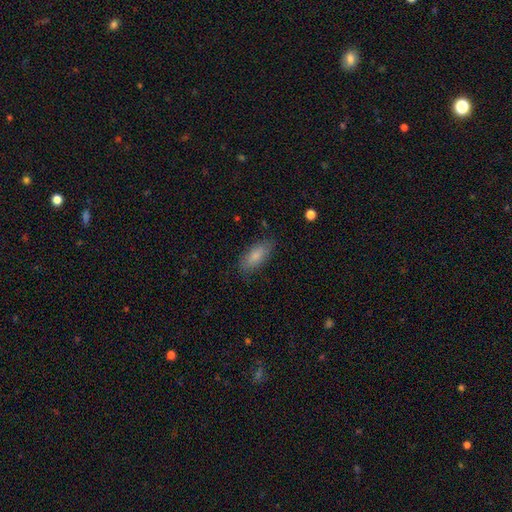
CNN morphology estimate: Q: Smooth or featured?
A: smooth (82%); runner-up: featured or disk (11%)
Q: How rounded?
A: in between (80%); runner-up: cigar-shaped (17%)
Q: Merging?
A: none (83%); runner-up: minor disturbance (13%)